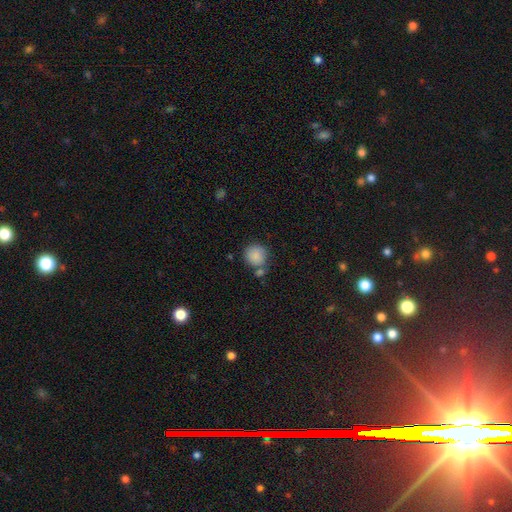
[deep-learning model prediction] smooth-or-featured: smooth: 87% | star or artifact: 8% | featured or disk: 5%
  how-rounded: round: 88% | in between: 11% | cigar-shaped: 1%
  merging: none: 64% | merger: 19% | minor disturbance: 13% | major disturbance: 4%